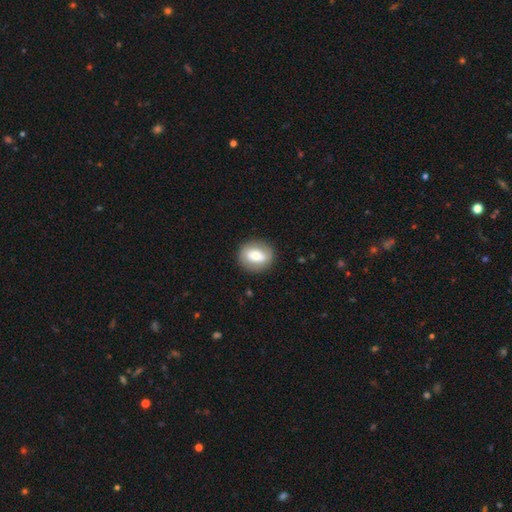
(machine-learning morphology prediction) smooth 69%, featured or disk 24%, star or artifact 7%. Down the decision tree: how rounded — round (58%); merging — none (85%).